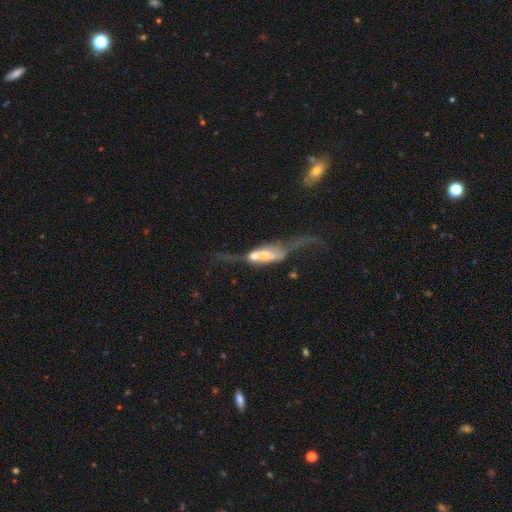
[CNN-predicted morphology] Smooth or featured: featured or disk — 68% (smooth — 18%)
Edge-on disk: yes — 51% (no — 49%)
Merging: major disturbance — 34% (none — 26%)